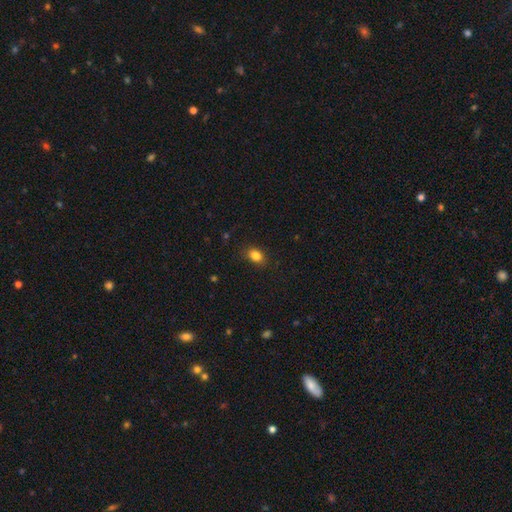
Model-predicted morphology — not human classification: Smooth or featured?
  - smooth: 84% *
  - star or artifact: 10%
  - featured or disk: 6%
How rounded?
  - in between: 74% *
  - round: 24%
  - cigar-shaped: 1%
Merging?
  - none: 85% *
  - minor disturbance: 11%
  - major disturbance: 3%
  - merger: 1%